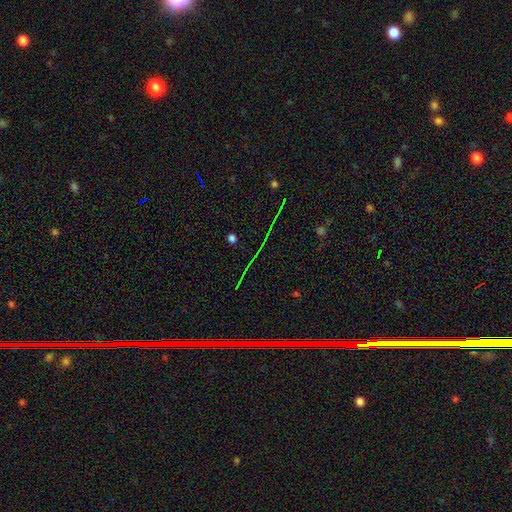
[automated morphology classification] Smooth or featured? star or artifact (70%)